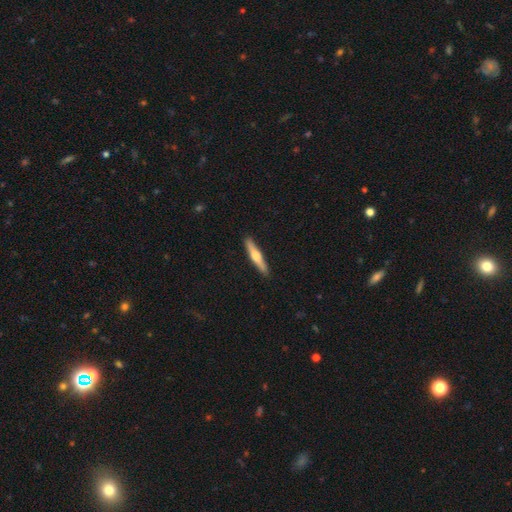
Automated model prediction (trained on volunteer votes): A featured or disk galaxy (56%) viewed edge-on (97%) with a rounded central bulge (92%). Merging: none (91%).